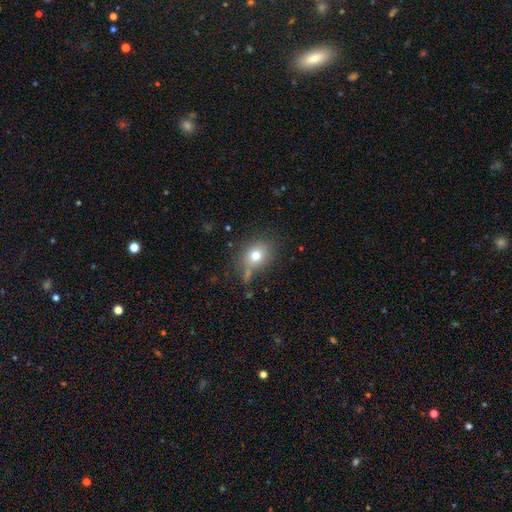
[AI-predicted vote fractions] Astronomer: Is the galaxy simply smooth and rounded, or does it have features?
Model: smooth — 74%.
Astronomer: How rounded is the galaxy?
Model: round — 57% (runner-up: in between, 42%).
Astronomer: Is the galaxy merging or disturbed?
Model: none — 65%.